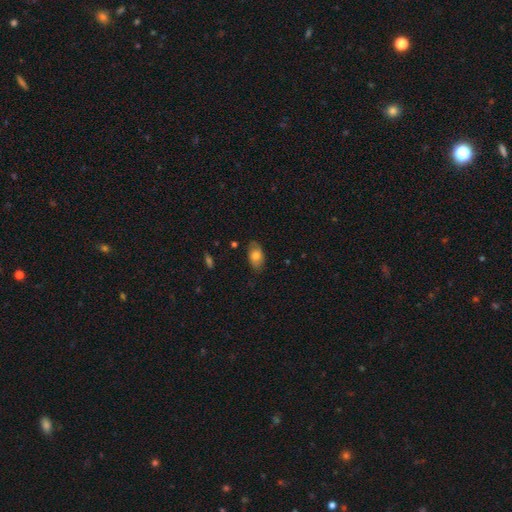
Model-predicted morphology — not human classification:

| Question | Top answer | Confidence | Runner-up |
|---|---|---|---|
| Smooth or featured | smooth | 75% | featured or disk (18%) |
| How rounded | in between | 91% | round (7%) |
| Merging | none | 78% | minor disturbance (18%) |